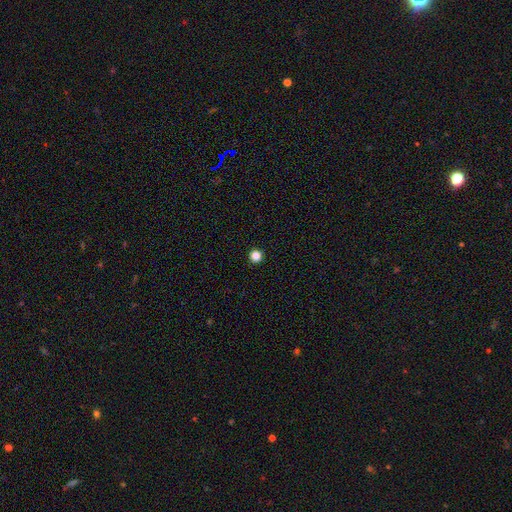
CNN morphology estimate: Smooth or featured? Predicted: smooth (p=0.85). How rounded? Predicted: round (p=0.96). Merging? Predicted: none (p=0.94).